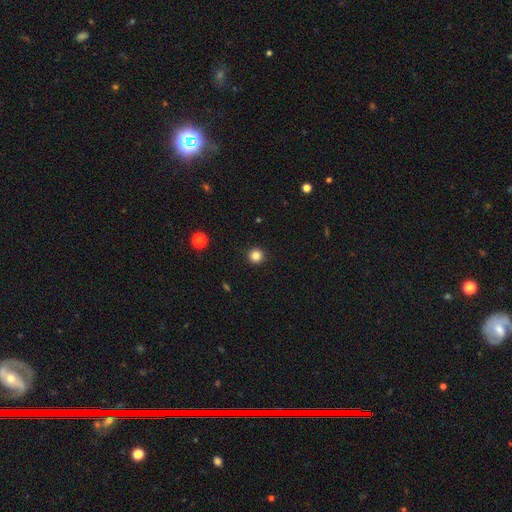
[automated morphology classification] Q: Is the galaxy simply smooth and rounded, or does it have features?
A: smooth — 84%.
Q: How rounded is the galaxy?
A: round — 96%.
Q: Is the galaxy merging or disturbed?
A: none — 93%.